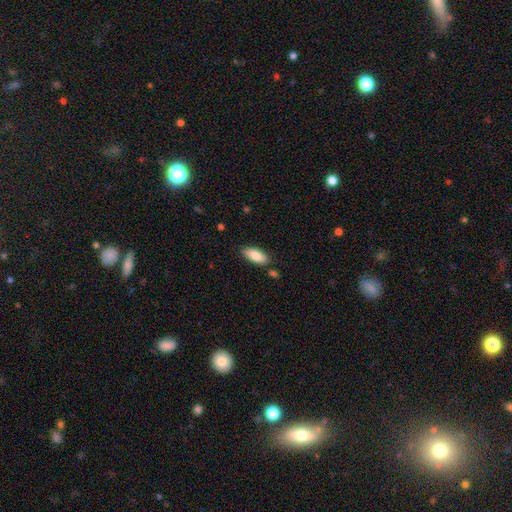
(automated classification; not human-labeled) Smooth or featured? smooth (86%)
How rounded? in between (81%)
Merging? none (83%)